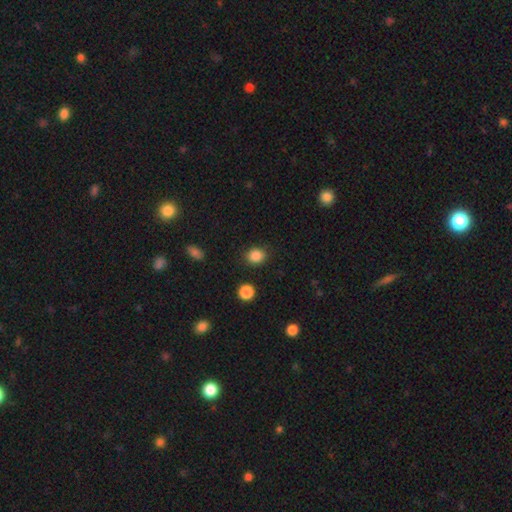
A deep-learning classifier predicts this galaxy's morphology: Q: Smooth or featured?
A: smooth (86%); runner-up: star or artifact (10%)
Q: How rounded?
A: round (70%); runner-up: in between (29%)
Q: Merging?
A: none (87%); runner-up: minor disturbance (8%)